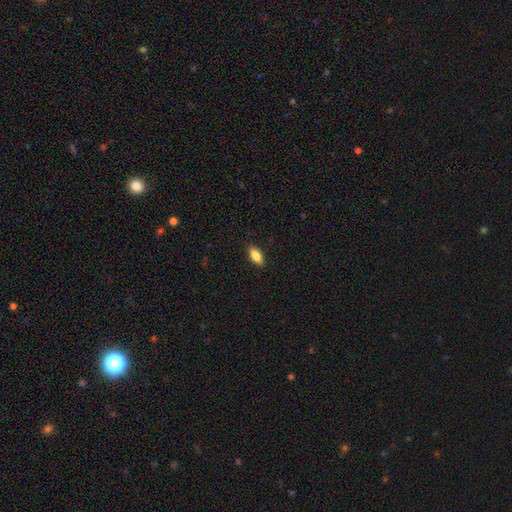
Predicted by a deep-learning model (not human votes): smooth 86%, featured or disk 7%, star or artifact 7%. Down the decision tree: how rounded — in between (88%); merging — none (88%).